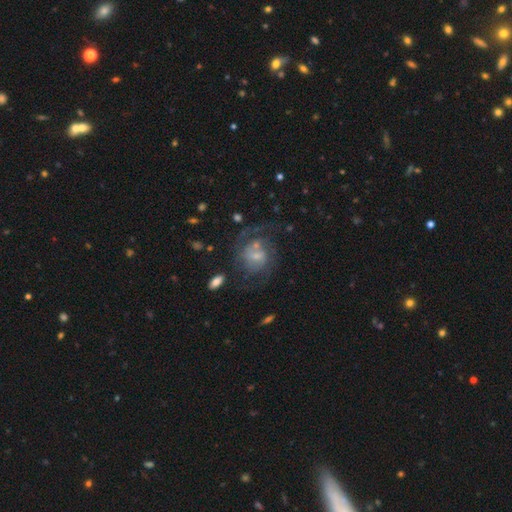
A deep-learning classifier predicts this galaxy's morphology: smooth_or_featured: featured or disk (p=0.69) [alt: smooth p=0.18]
disk_edge_on: no (p=0.97) [alt: yes p=0.03]
bar: no (p=0.55) [alt: weak p=0.37]
has_spiral_arms: yes (p=0.85) [alt: no p=0.15]
spiral_winding: medium (p=0.45) [alt: tight p=0.33]
spiral_arm_count: 2 (p=0.56) [alt: can't tell p=0.23]
bulge_size: small (p=0.53) [alt: moderate p=0.31]
merging: none (p=0.56) [alt: major disturbance p=0.18]